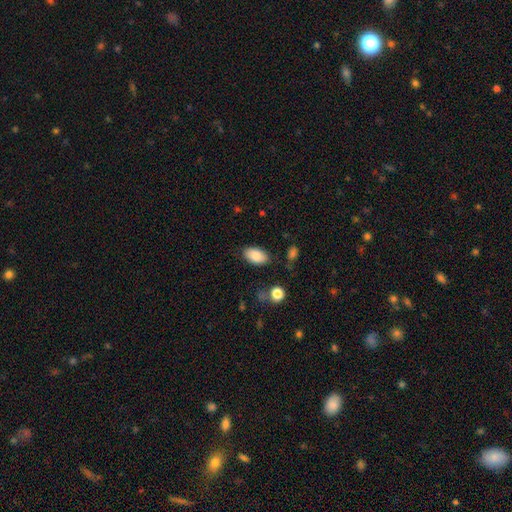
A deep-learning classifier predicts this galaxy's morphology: Smooth or featured? smooth (85%)
How rounded? in between (94%)
Merging? none (82%)